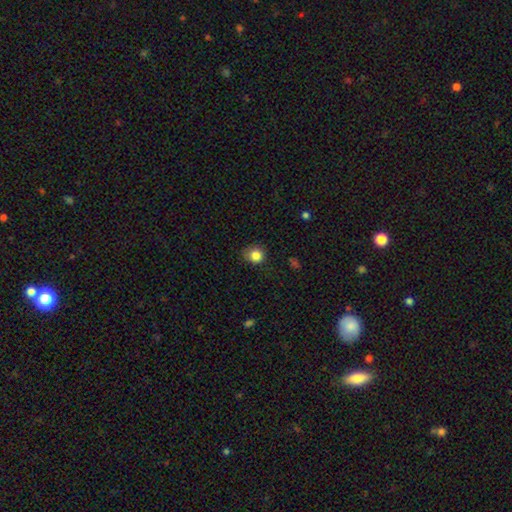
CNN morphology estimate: This appears to be a smooth galaxy with no disk features (84%) that is round (82%). Merging: none (73%).